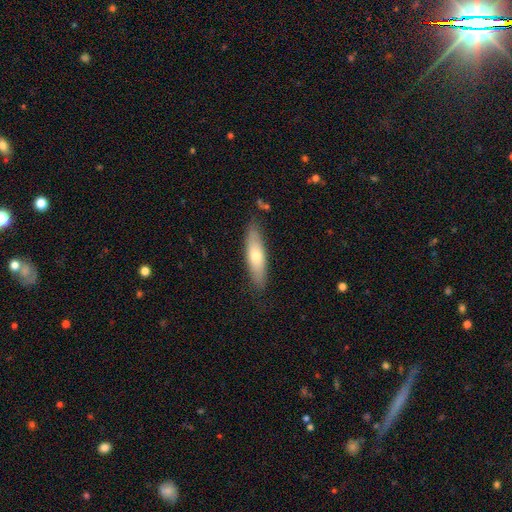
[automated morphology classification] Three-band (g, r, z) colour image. It shows a smooth galaxy with no disk features (62%) that is cigar-shaped (62%). Merging: none (81%).